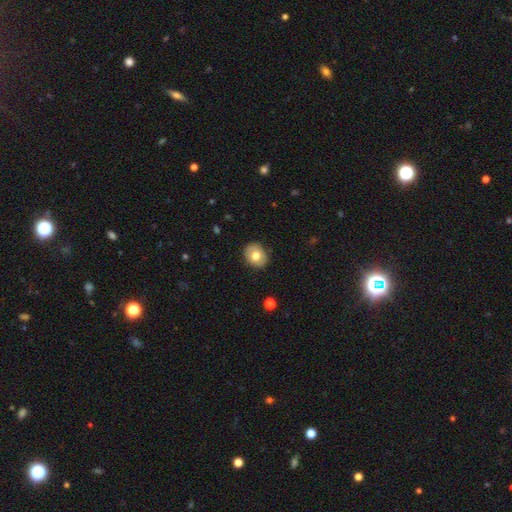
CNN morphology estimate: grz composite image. It shows a smooth galaxy with no disk features (74%) that is round (64%). Merging: none (87%).